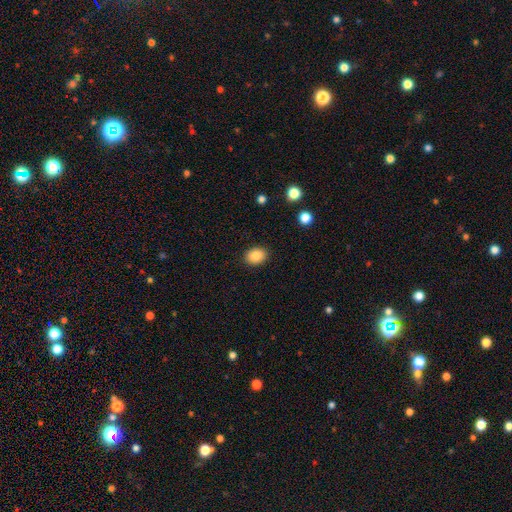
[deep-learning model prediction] smooth 87%, star or artifact 8%, featured or disk 5%. Down the decision tree: how rounded — in between (66%); merging — none (89%).